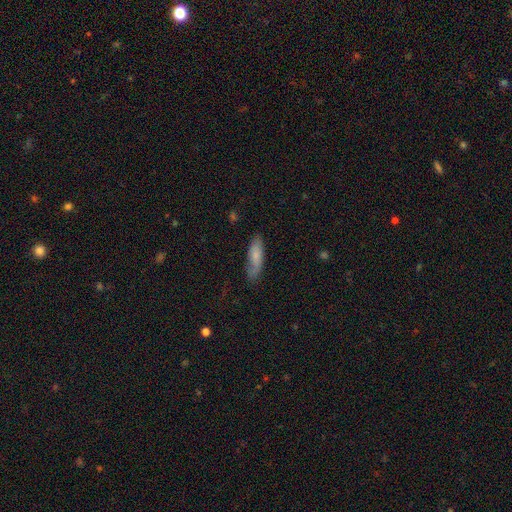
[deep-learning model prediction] A smooth galaxy with no disk features (72%) that is cigar-shaped (51%). Merging: none (71%).